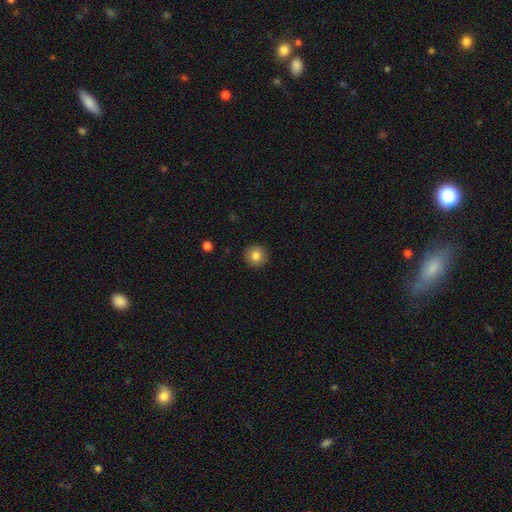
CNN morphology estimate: Smooth or featured?
  - smooth: 83% *
  - star or artifact: 9%
  - featured or disk: 8%
How rounded?
  - round: 92% *
  - in between: 7%
  - cigar-shaped: 1%
Merging?
  - none: 91% *
  - minor disturbance: 6%
  - major disturbance: 2%
  - merger: 1%